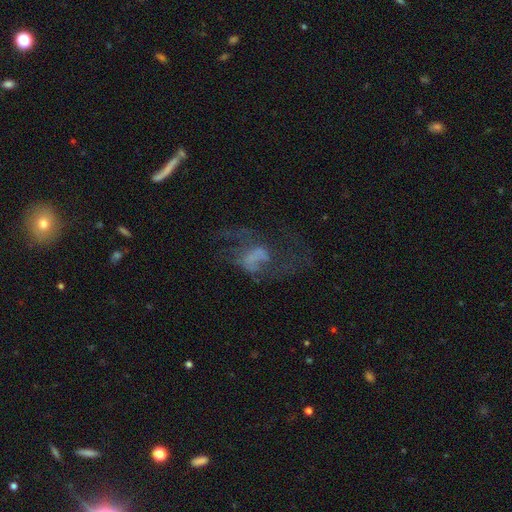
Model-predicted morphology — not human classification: Smooth or featured: featured or disk — 58% (smooth — 25%)
Edge-on disk: no — 97% (yes — 3%)
Bar: no — 65% (weak — 25%)
Spiral arms: no — 50% (tied with yes — 50%)
Bulge size: none — 68% (small — 13%)
Merging: major disturbance — 47% (none — 33%)